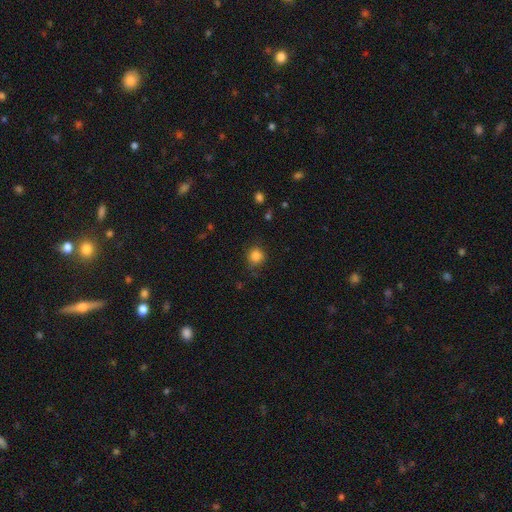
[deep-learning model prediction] smooth 84%, star or artifact 12%, featured or disk 4%. Down the decision tree: how rounded — round (89%); merging — none (81%).